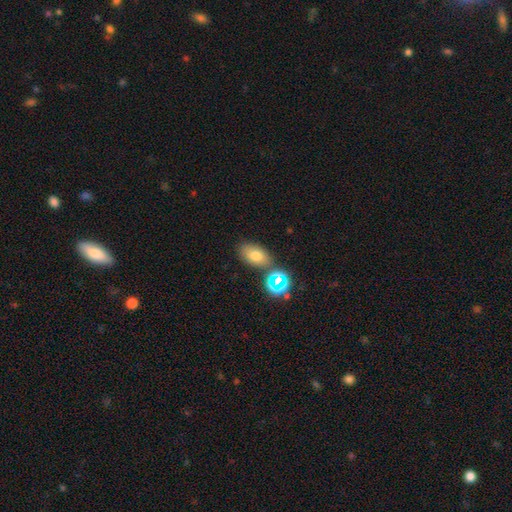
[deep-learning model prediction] This appears to be a smooth galaxy with no disk features (69%) that is in between round and cigar-shaped (86%). Merging: none (70%).